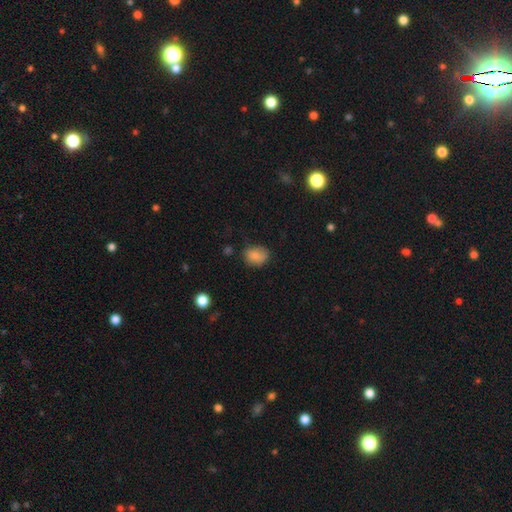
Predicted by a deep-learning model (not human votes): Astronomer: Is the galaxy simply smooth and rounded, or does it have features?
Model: smooth — 83%.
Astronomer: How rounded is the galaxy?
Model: in between — 59% (runner-up: round, 40%).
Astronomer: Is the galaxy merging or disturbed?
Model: none — 66%.